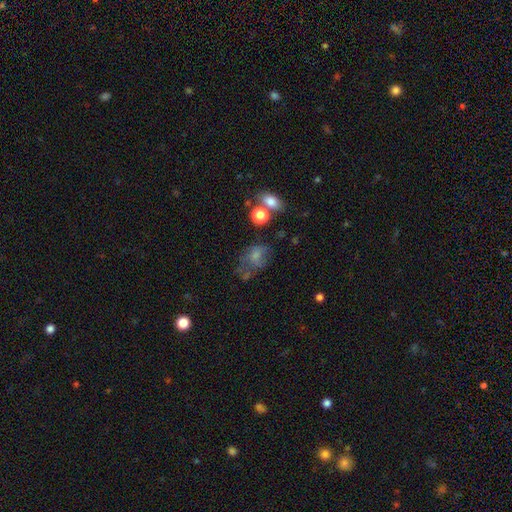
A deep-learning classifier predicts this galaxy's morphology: This appears to be a smooth galaxy with no disk features (63%) that is in between round and cigar-shaped (61%). Merging: none (38%).